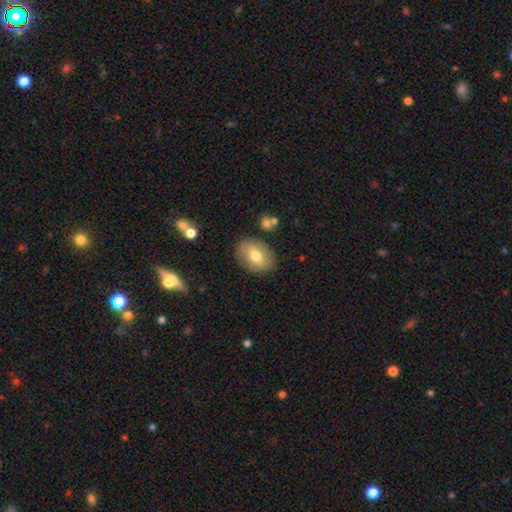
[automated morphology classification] smooth_or_featured: smooth (p=0.65) [alt: featured or disk p=0.27]
how_rounded: in between (p=0.78) [alt: round p=0.20]
merging: none (p=0.82) [alt: minor disturbance p=0.12]